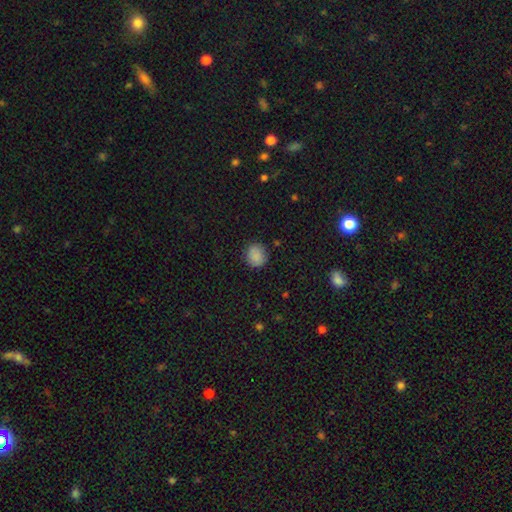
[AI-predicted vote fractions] The model was most divided on "how rounded": round: 83%, in between: 16%, cigar-shaped: 1%. More confident: smooth or featured — smooth (86%); merging — none (84%).